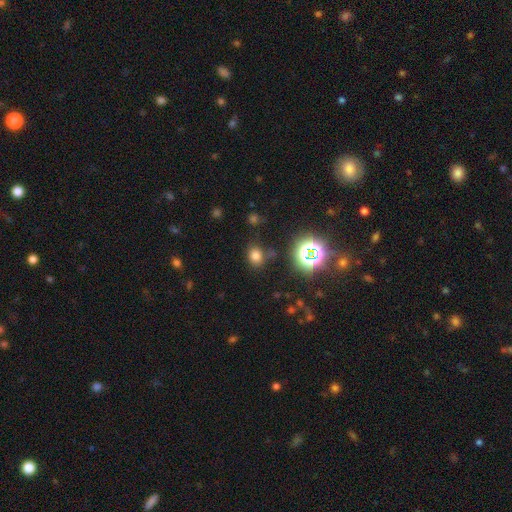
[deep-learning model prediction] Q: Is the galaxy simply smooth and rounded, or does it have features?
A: smooth — 69%.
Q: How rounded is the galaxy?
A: round — 55%.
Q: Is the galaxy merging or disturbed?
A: none — 74%.